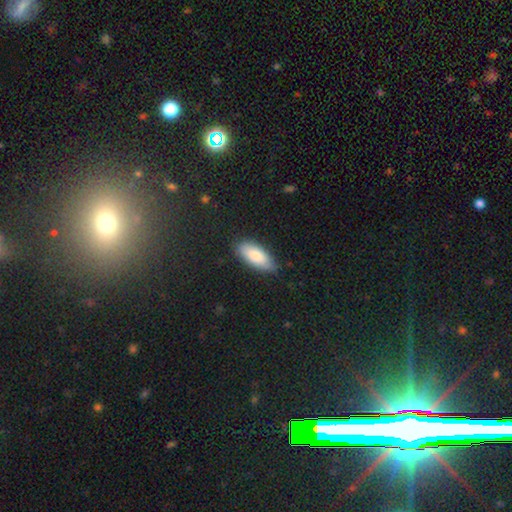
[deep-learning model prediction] smooth-or-featured: smooth: 82% | featured or disk: 12% | star or artifact: 6%
  how-rounded: in between: 83% | cigar-shaped: 15% | round: 2%
  merging: none: 80% | minor disturbance: 17% | major disturbance: 3% | merger: 1%